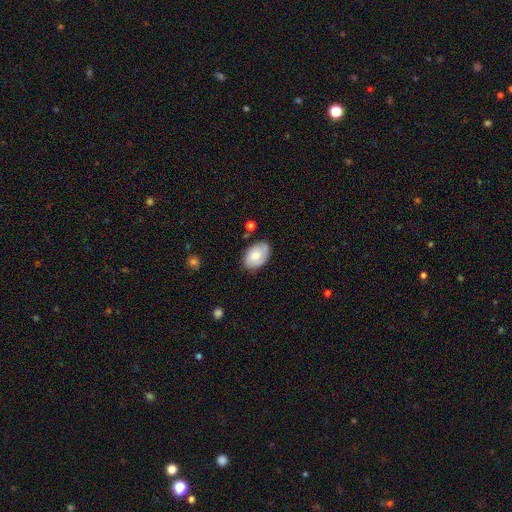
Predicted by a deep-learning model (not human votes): Q: Smooth or featured?
A: smooth (65%); runner-up: featured or disk (29%)
Q: How rounded?
A: in between (89%); runner-up: round (10%)
Q: Merging?
A: none (73%); runner-up: minor disturbance (21%)